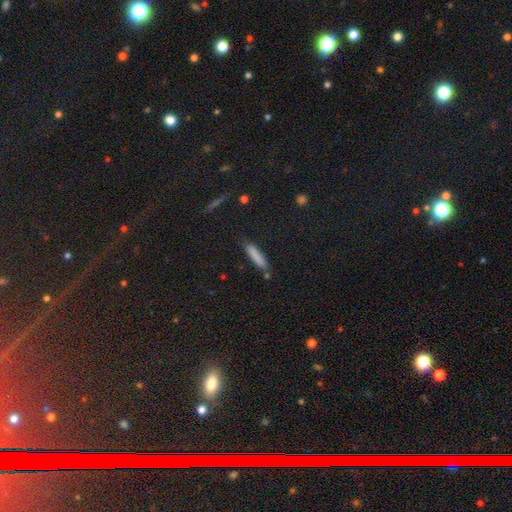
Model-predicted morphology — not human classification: smooth 82%, featured or disk 11%, star or artifact 8%. Down the decision tree: how rounded — cigar-shaped (88%); merging — none (80%).